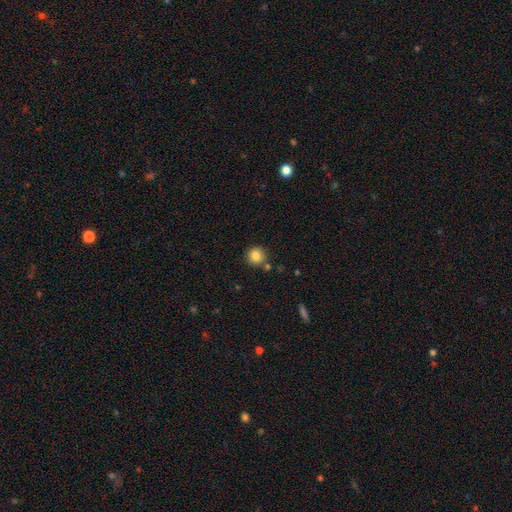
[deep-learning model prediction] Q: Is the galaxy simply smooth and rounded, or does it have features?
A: smooth — 85%.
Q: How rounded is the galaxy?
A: round — 92%.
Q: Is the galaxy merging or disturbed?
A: none — 81%.